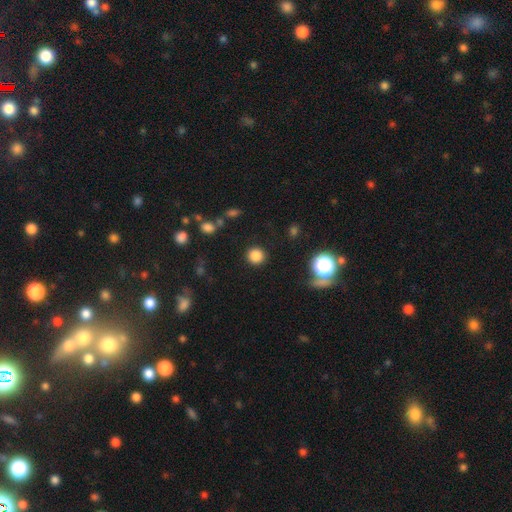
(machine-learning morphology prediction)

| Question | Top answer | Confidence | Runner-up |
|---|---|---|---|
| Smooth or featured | smooth | 84% | star or artifact (12%) |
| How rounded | round | 93% | in between (6%) |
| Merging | none | 89% | minor disturbance (6%) |